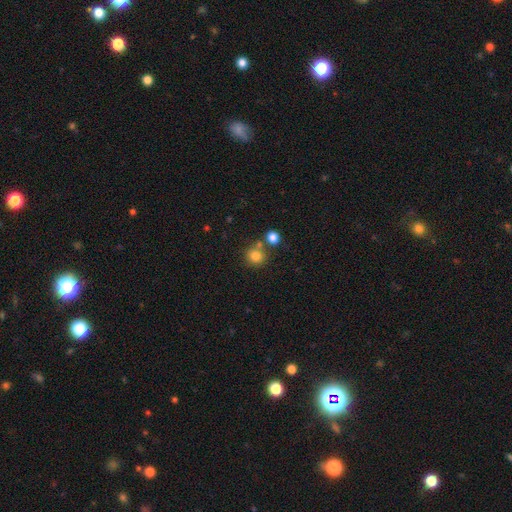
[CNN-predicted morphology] Smooth or featured? smooth (81%)
How rounded? round (87%)
Merging? none (65%)